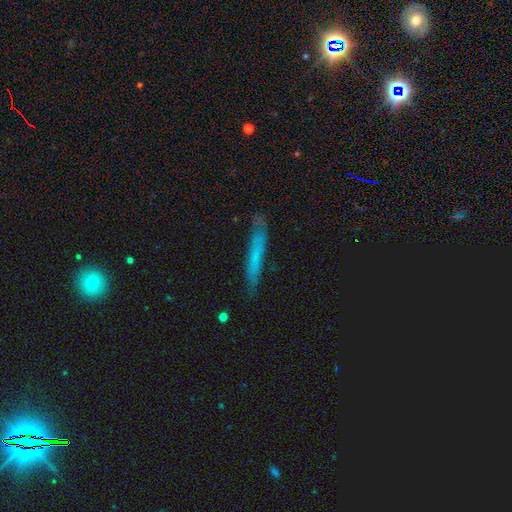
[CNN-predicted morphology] The model was most divided on "smooth or featured": smooth: 56%, featured or disk: 34%, star or artifact: 10%. More confident: how rounded — cigar-shaped (94%); merging — none (78%).